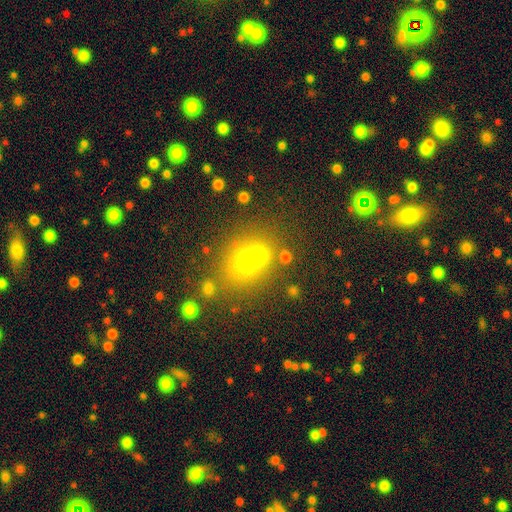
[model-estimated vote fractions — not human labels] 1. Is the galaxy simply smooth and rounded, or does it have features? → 56% smooth, 25% star or artifact, 19% featured or disk.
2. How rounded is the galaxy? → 72% round, 27% in between, 1% cigar-shaped.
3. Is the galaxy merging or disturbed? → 47% none, 40% merger, 8% minor disturbance, 5% major disturbance.